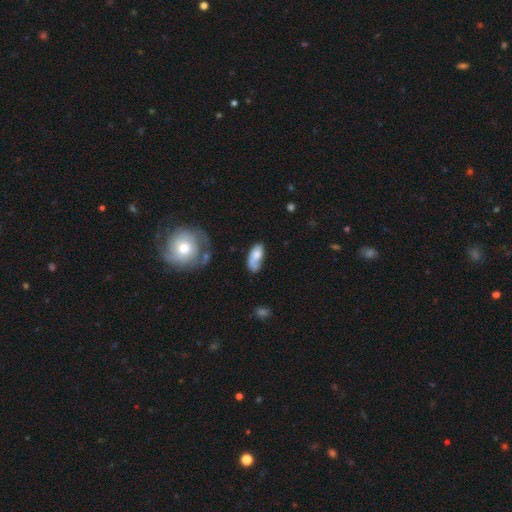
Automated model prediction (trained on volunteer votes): A smooth galaxy with no disk features (58%) that is in between round and cigar-shaped (87%). Merging: none (42%).